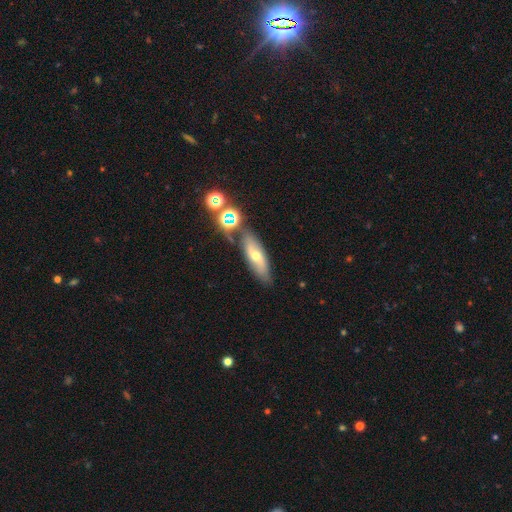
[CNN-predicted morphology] The model was most divided on "smooth or featured": featured or disk: 46%, smooth: 43%, star or artifact: 11%. More confident: merging — none (70%).